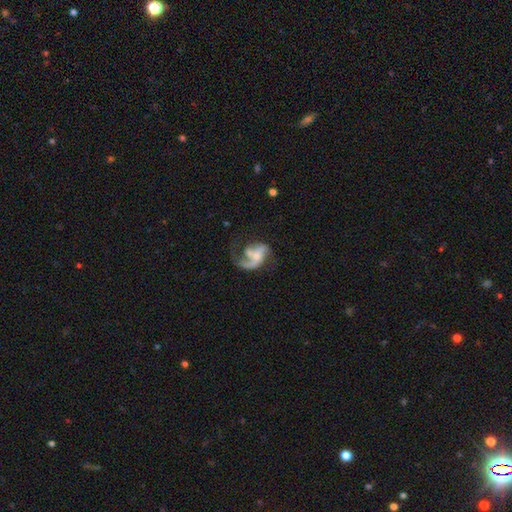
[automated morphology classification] Smooth or featured?
  - featured or disk: 82% *
  - smooth: 12%
  - star or artifact: 6%
Edge-on disk?
  - no: 98% *
  - yes: 2%
Bar?
  - no: 53% *
  - weak: 34%
  - strong: 13%
Spiral arms?
  - yes: 91% *
  - no: 9%
Spiral winding?
  - loose: 58% *
  - medium: 33%
  - tight: 8%
Spiral arm count?
  - 2: 57% *
  - 1: 35%
  - can't tell: 4%
  - 3: 2%
  - 4: 1%
  - more than 4: 1%
Bulge size?
  - small: 49% *
  - moderate: 37%
  - none: 9%
  - large: 3%
  - dominant: 1%
Merging?
  - none: 36% *
  - major disturbance: 35%
  - minor disturbance: 17%
  - merger: 12%